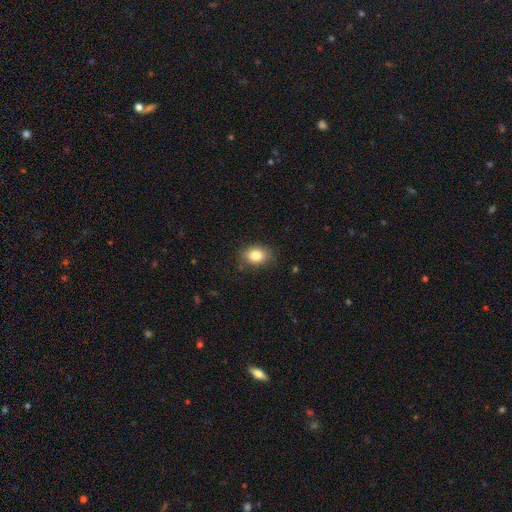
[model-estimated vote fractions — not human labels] The model was most divided on "how rounded": in between: 67%, round: 32%, cigar-shaped: 1%. More confident: smooth or featured — smooth (83%); merging — none (80%).